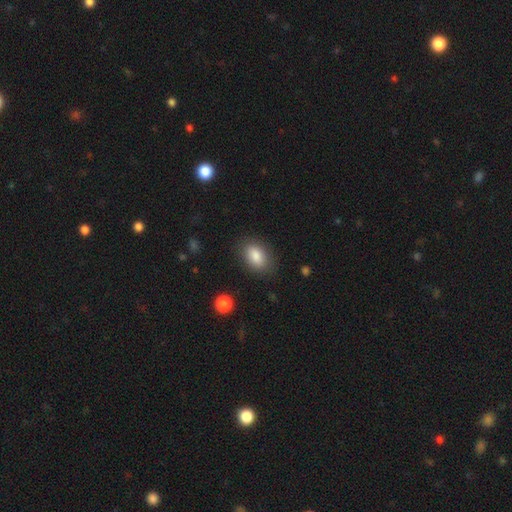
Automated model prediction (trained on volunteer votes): The model was most divided on "merging": none: 82%, minor disturbance: 13%, major disturbance: 4%, merger: 1%. More confident: how rounded — in between (88%); smooth or featured — smooth (85%).